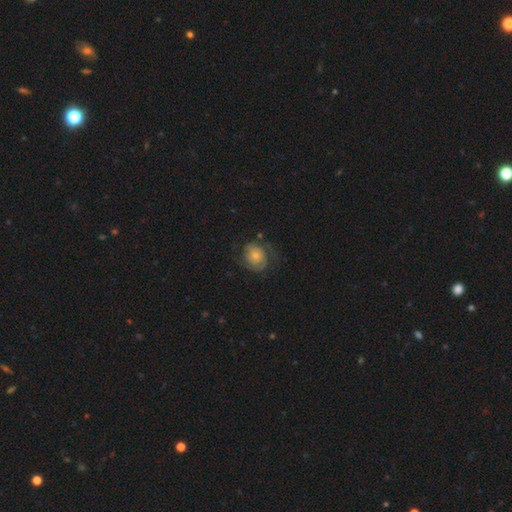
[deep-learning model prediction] Morphology: type=featured or disk (57%); edge-on=no (97%); bar=no (80%); spiral arms=yes (79%); bulge=small (55%); merging=none (57%).